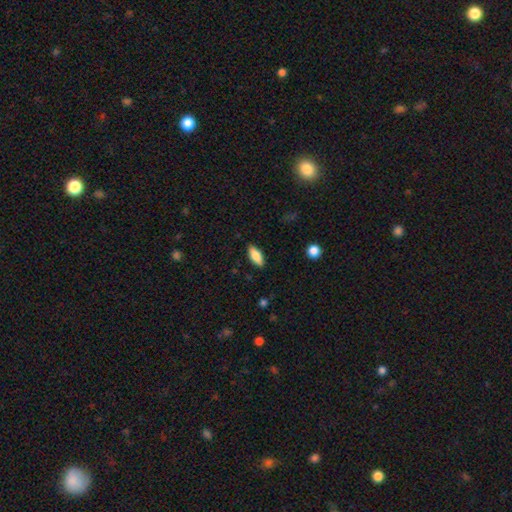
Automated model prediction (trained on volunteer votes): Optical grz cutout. It shows a smooth galaxy with no disk features (80%) that is in between round and cigar-shaped (77%). Merging: none (87%).